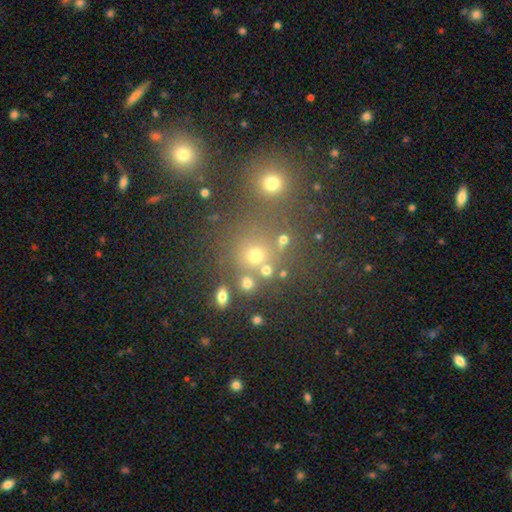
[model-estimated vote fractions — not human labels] smooth_or_featured: smooth (p=0.65) [alt: star or artifact p=0.25]
how_rounded: round (p=0.85) [alt: in between p=0.14]
merging: none (p=0.67) [alt: merger p=0.19]